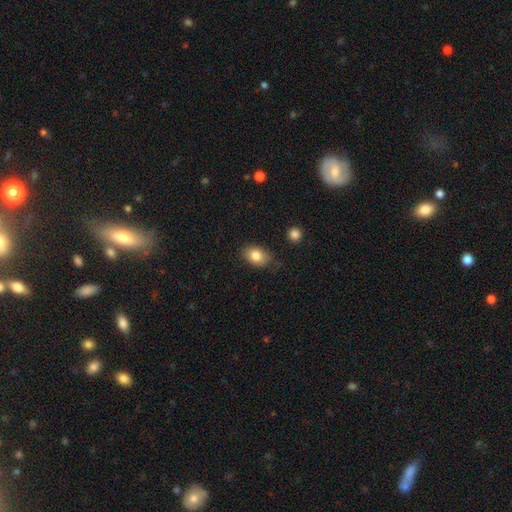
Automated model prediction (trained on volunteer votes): Smooth or featured? Predicted: smooth (p=0.82). How rounded? Predicted: in between (p=0.78). Merging? Predicted: none (p=0.75).